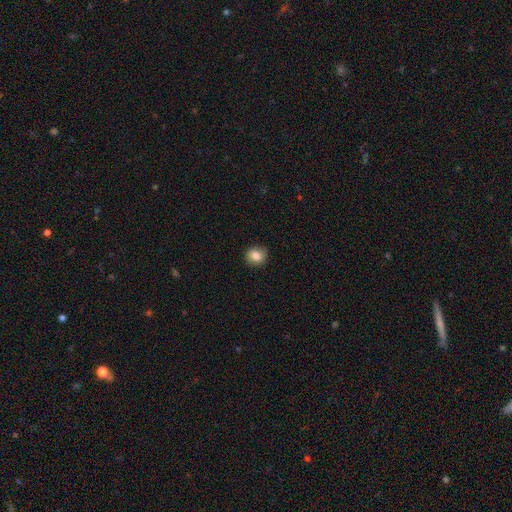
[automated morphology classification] Overall: smooth (84%). How rounded: round (78%). Merging: none (88%).